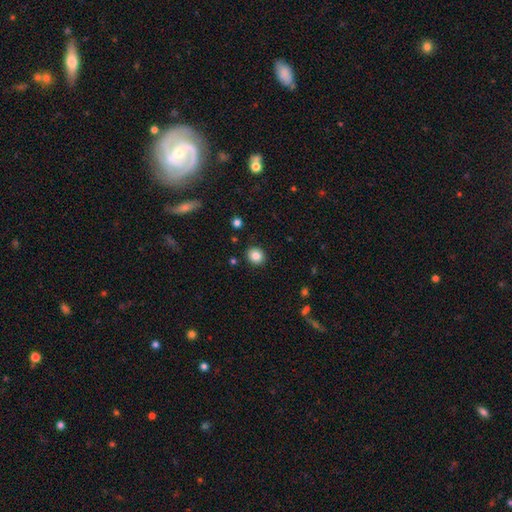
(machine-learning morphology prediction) type=smooth (85%); roundness=round (79%); merging=none (90%).